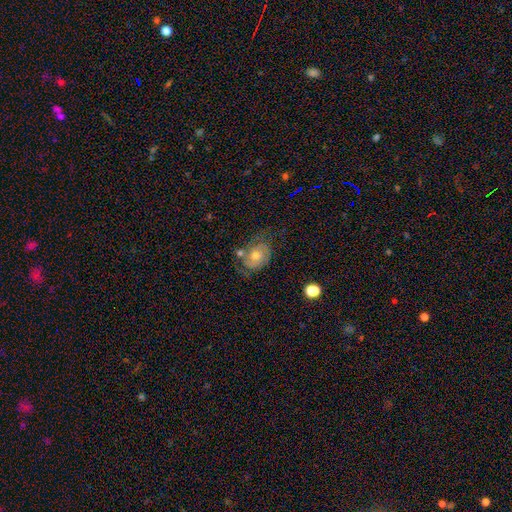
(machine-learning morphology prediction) A featured or disk galaxy (71%) with no bar (77%), 2 (65%) tight (52%) spiral arms (89%) and a moderate central bulge (63%). Merging: none (60%).